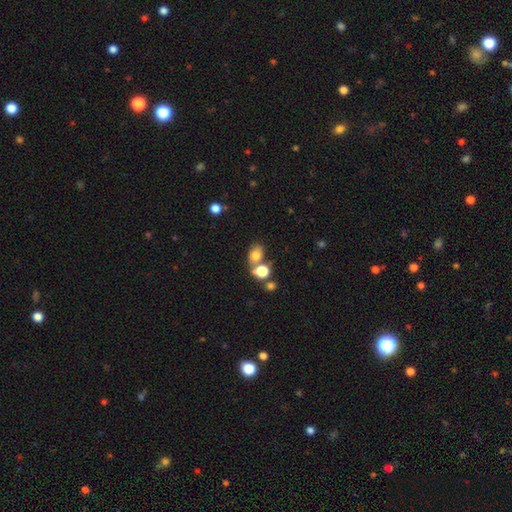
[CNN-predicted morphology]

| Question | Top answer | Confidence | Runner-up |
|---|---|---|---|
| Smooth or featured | smooth | 76% | star or artifact (14%) |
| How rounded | in between | 62% | round (37%) |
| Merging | none | 49% | merger (34%) |